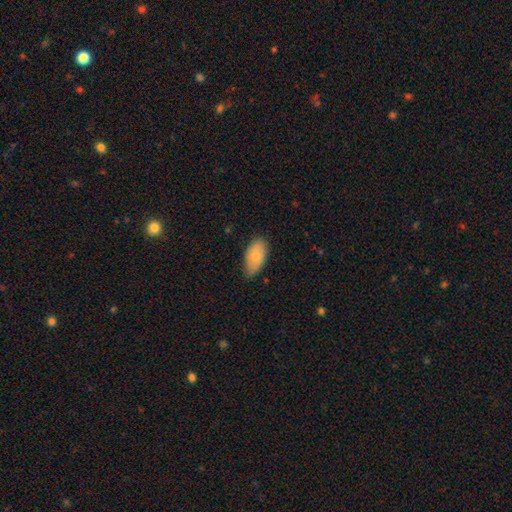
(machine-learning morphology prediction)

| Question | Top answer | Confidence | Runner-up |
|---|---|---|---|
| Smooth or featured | smooth | 79% | featured or disk (15%) |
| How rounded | in between | 94% | round (4%) |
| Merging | none | 69% | minor disturbance (27%) |